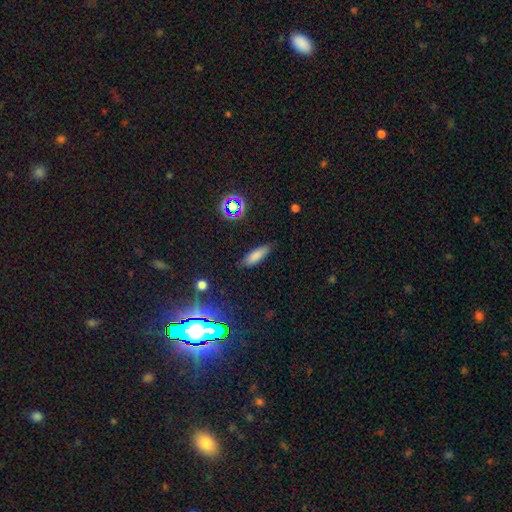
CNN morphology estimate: Q: Smooth or featured?
A: smooth (80%); runner-up: star or artifact (12%)
Q: How rounded?
A: in between (53%); runner-up: cigar-shaped (44%)
Q: Merging?
A: none (84%); runner-up: minor disturbance (11%)